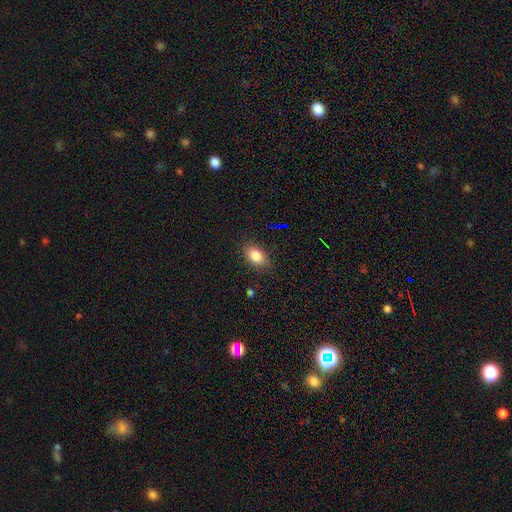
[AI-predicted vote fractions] The model was most divided on "how rounded": in between: 83%, round: 14%, cigar-shaped: 3%. More confident: merging — none (83%); smooth or featured — smooth (82%).